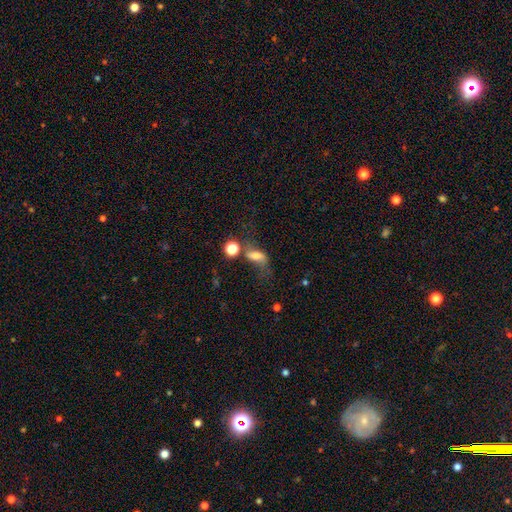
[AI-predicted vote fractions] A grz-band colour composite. It shows a smooth galaxy with no disk features (51%) that is in between round and cigar-shaped (71%). Merging: none (37%).